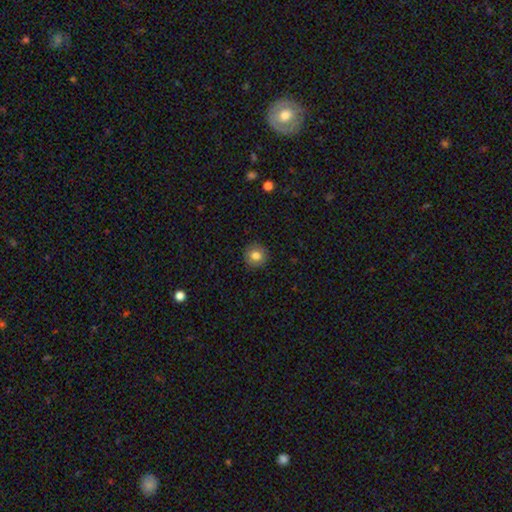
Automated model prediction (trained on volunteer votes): Q: Smooth or featured?
A: smooth (82%); runner-up: star or artifact (10%)
Q: How rounded?
A: round (92%); runner-up: in between (7%)
Q: Merging?
A: none (91%); runner-up: minor disturbance (6%)